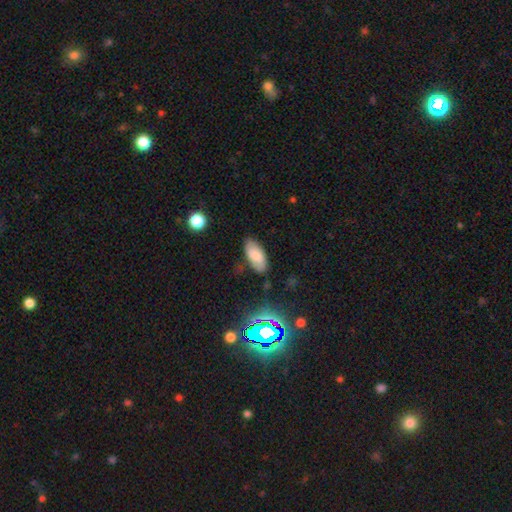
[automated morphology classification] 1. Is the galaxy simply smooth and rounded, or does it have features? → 74% smooth, 16% featured or disk, 10% star or artifact.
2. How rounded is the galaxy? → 91% in between, 7% cigar-shaped, 2% round.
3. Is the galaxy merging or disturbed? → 77% none, 17% minor disturbance, 4% major disturbance, 3% merger.